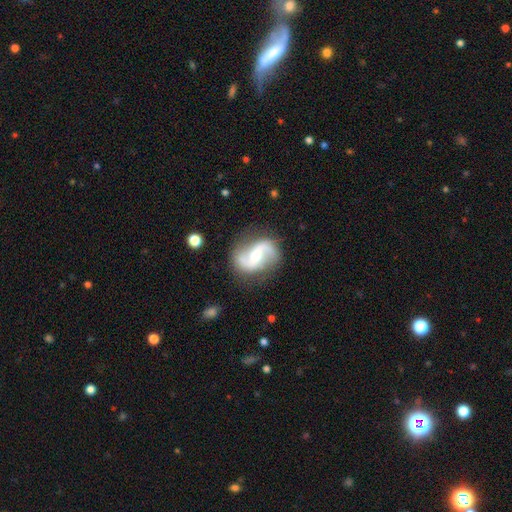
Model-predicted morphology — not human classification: A featured or disk galaxy (87%) with a weak bar (41%), 2 (93%) loose (63%) spiral arms (96%) and a moderate central bulge (49%). Merging: none (79%).